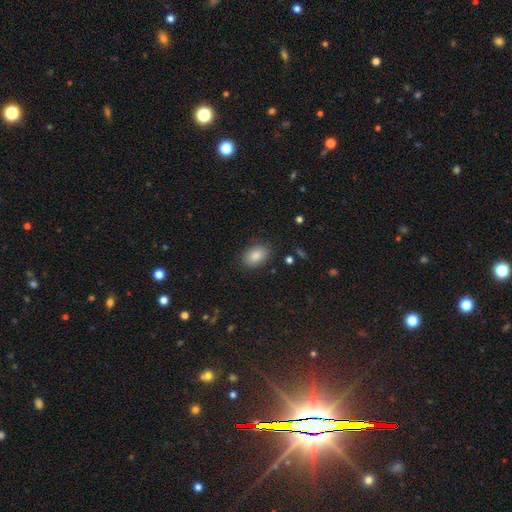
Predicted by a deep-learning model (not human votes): A smooth galaxy with no disk features (86%) that is in between round and cigar-shaped (85%).

Vote fractions:
- Smooth or featured? smooth: 86% / star or artifact: 8% / featured or disk: 6%
- How rounded? in between: 85% / round: 14% / cigar-shaped: 1%
- Merging? none: 86% / minor disturbance: 10% / major disturbance: 3% / merger: 1%